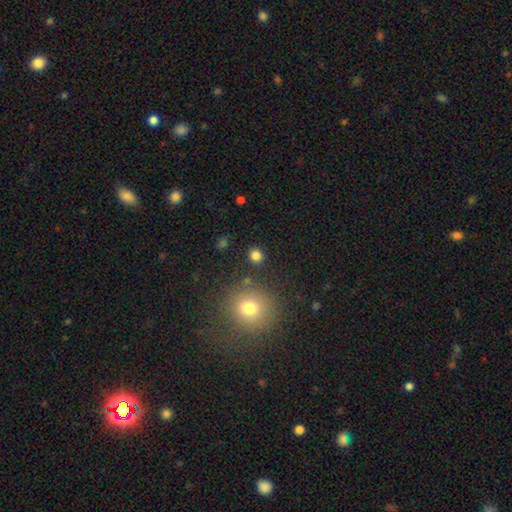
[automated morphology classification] Overall: smooth (81%). How rounded: round (88%). Merging: none (88%).